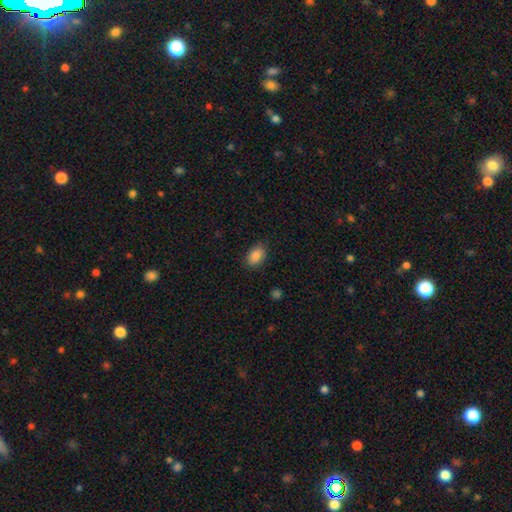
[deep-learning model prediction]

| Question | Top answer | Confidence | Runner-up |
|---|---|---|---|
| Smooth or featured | smooth | 87% | star or artifact (8%) |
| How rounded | in between | 83% | round (16%) |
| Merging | none | 84% | minor disturbance (12%) |